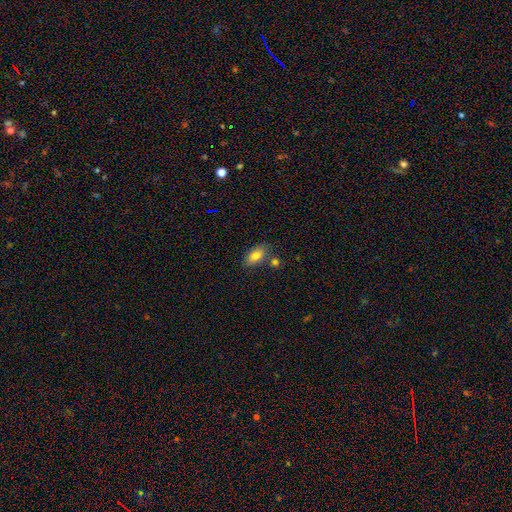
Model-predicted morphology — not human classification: A smooth galaxy with no disk features (81%) that is in between round and cigar-shaped (89%). Merging: none (71%).